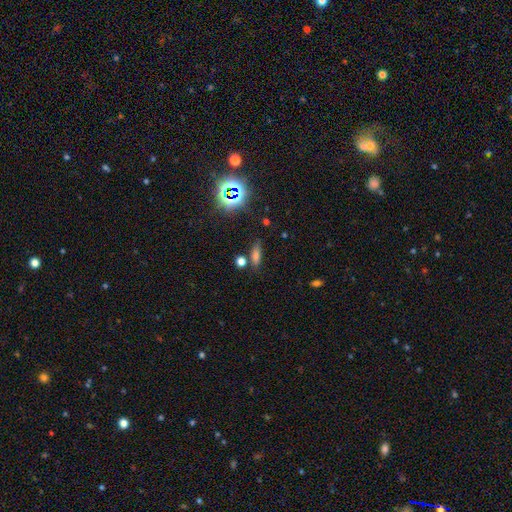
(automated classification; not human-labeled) smooth 64%, star or artifact 25%, featured or disk 11%. Down the decision tree: how rounded — in between (50%); merging — none (70%).